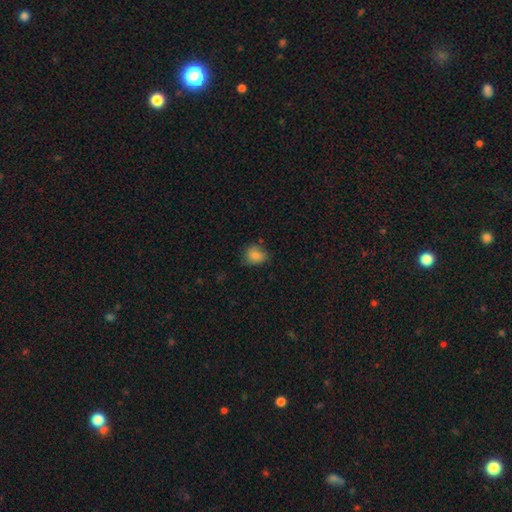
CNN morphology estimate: Smooth or featured? smooth (84%)
How rounded? round (62%)
Merging? none (69%)